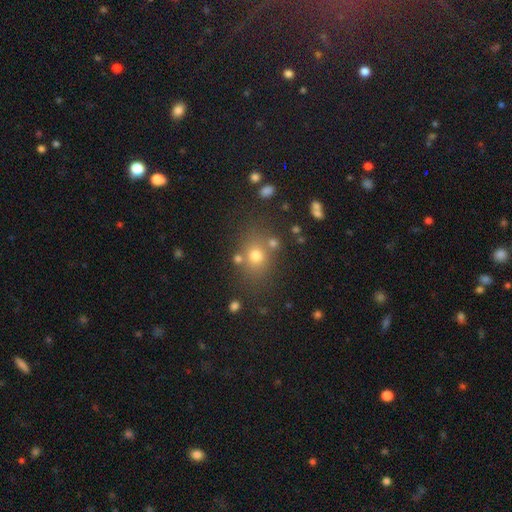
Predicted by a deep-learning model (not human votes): The model was most divided on "how rounded": round: 61%, in between: 38%, cigar-shaped: 1%. More confident: merging — none (73%); smooth or featured — smooth (70%).